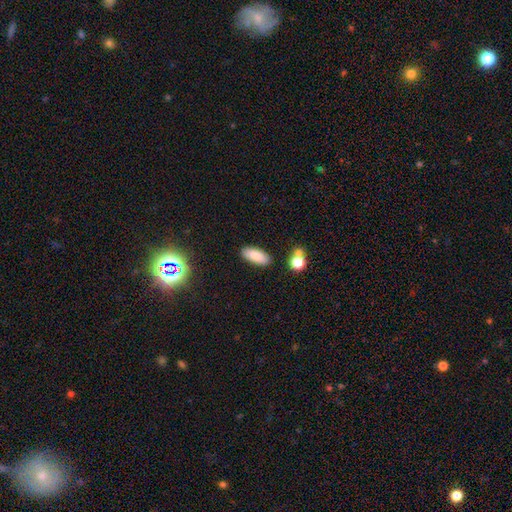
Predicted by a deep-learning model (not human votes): Smooth or featured? smooth (83%)
How rounded? in between (82%)
Merging? none (85%)